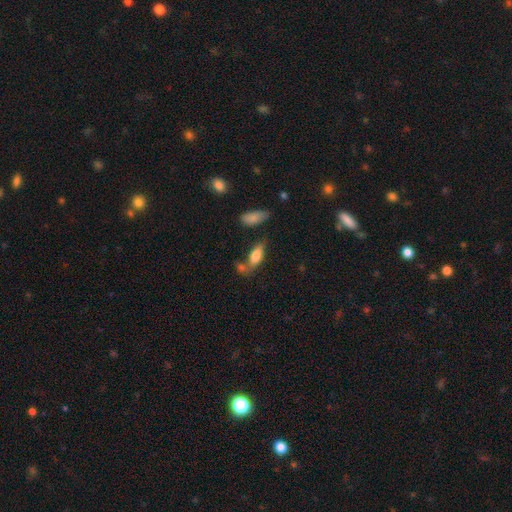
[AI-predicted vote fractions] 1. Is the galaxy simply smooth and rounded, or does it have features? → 76% smooth, 16% featured or disk, 8% star or artifact.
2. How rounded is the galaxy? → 77% in between, 20% cigar-shaped, 3% round.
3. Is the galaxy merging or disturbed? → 54% none, 22% merger, 17% minor disturbance, 7% major disturbance.